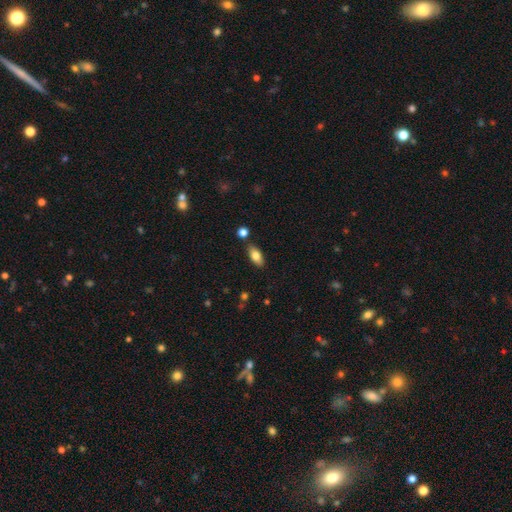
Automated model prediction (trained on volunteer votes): Morphology: type=smooth (79%); roundness=in between (86%); merging=none (82%).